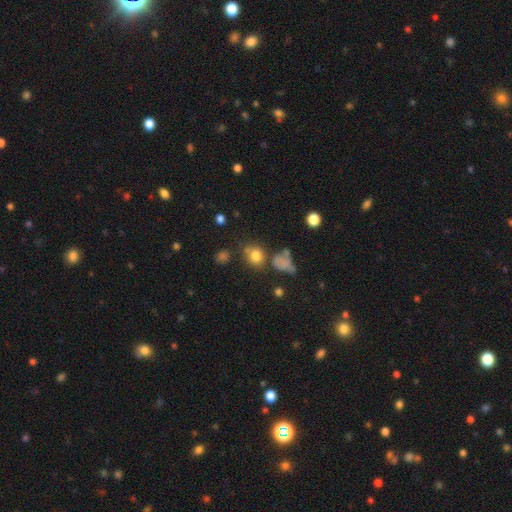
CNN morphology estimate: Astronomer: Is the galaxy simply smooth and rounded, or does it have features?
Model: smooth — 76%.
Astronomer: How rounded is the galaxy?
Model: round — 68%.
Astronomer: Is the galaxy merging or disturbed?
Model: none — 58%.